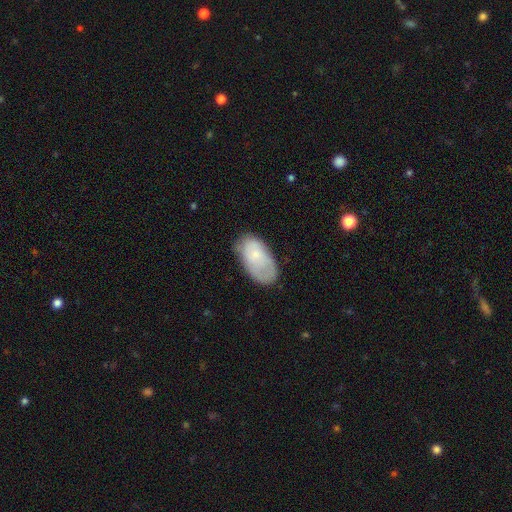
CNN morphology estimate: Overall: smooth (69%). How rounded: in between (94%). Merging: none (53%; minor disturbance 33%).